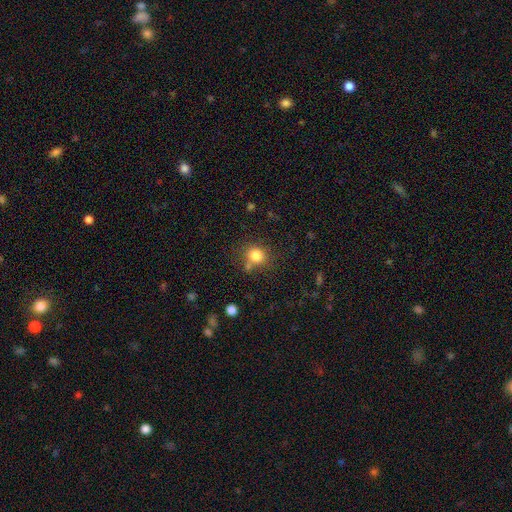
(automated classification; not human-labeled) Morphology: type=smooth (82%); roundness=round (83%); merging=none (70%).